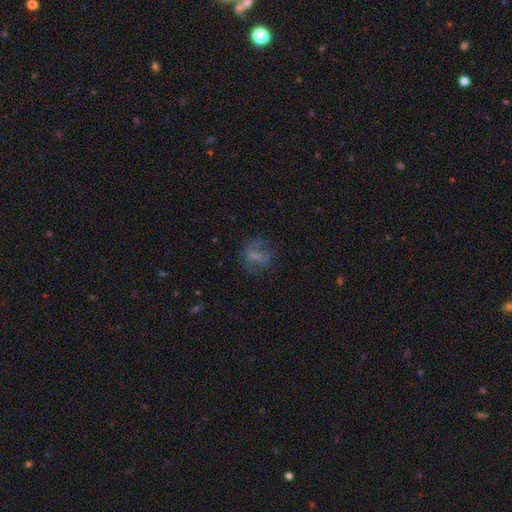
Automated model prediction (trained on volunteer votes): smooth-or-featured: smooth: 46% | featured or disk: 39% | star or artifact: 15%
  merging: none: 47% | major disturbance: 29% | minor disturbance: 21% | merger: 3%